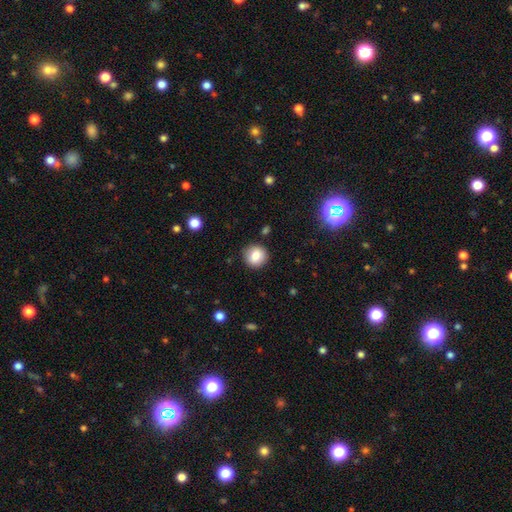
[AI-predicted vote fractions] smooth_or_featured: smooth (p=0.83) [alt: star or artifact p=0.09]
how_rounded: round (p=0.90) [alt: in between p=0.09]
merging: none (p=0.89) [alt: minor disturbance p=0.08]